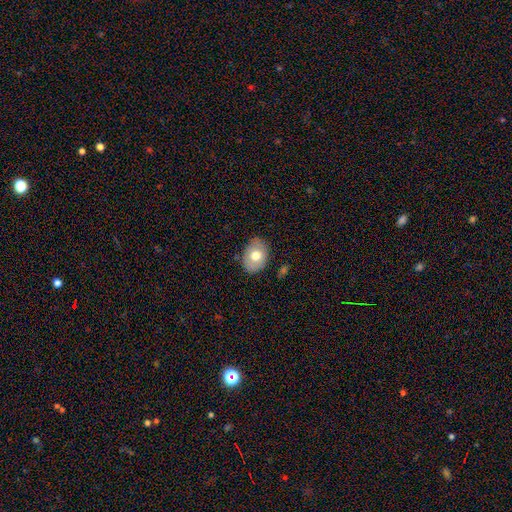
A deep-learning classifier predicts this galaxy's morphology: smooth-or-featured: smooth: 68% | featured or disk: 25% | star or artifact: 7%
  how-rounded: in between: 75% | round: 24% | cigar-shaped: 1%
  merging: none: 82% | minor disturbance: 14% | major disturbance: 3% | merger: 2%